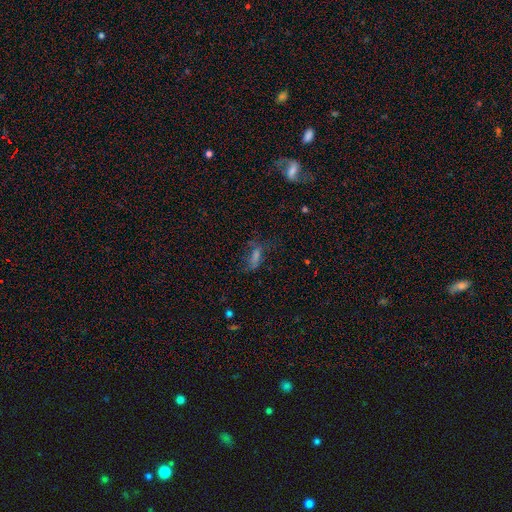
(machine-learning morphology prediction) The model was most divided on "smooth or featured": smooth: 42%, featured or disk: 31%, star or artifact: 27%. More confident: merging — none (52%).